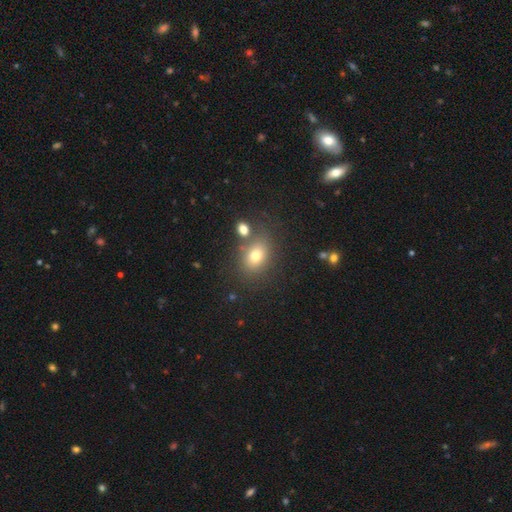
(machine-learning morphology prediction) Smooth or featured? smooth (73%)
How rounded? in between (61%)
Merging? none (70%)